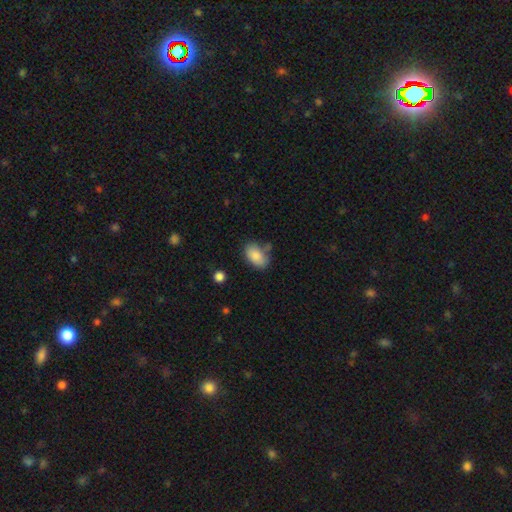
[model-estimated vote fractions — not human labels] smooth 86%, star or artifact 7%, featured or disk 6%. Down the decision tree: how rounded — in between (91%); merging — none (69%).